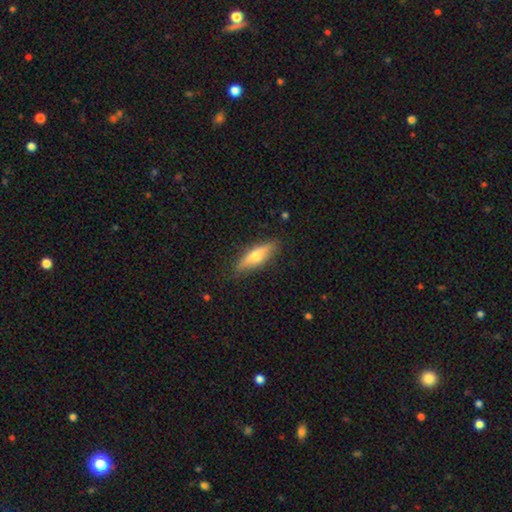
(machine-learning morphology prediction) A smooth galaxy with no disk features (49%). Merging: none (86%).